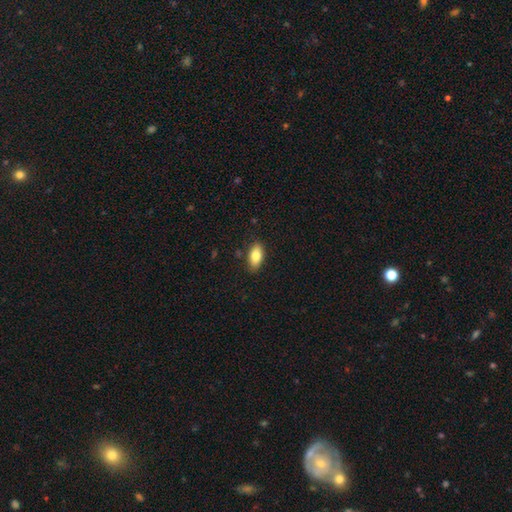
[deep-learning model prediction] A smooth galaxy with no disk features (82%) that is in between round and cigar-shaped (90%). Merging: none (85%).